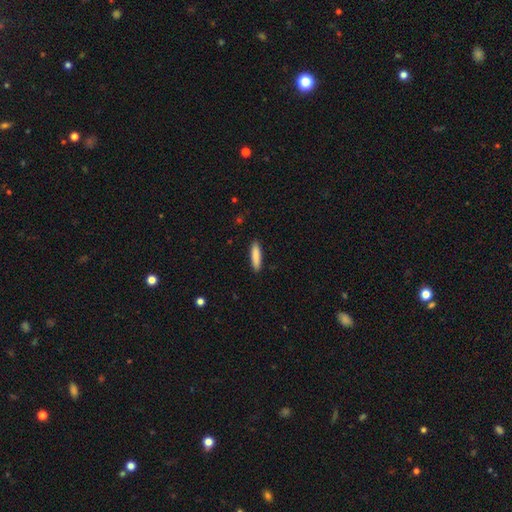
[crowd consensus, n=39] Smooth or featured? smooth (85%)
How rounded? cigar-shaped (94%)
Merging? none (95%)